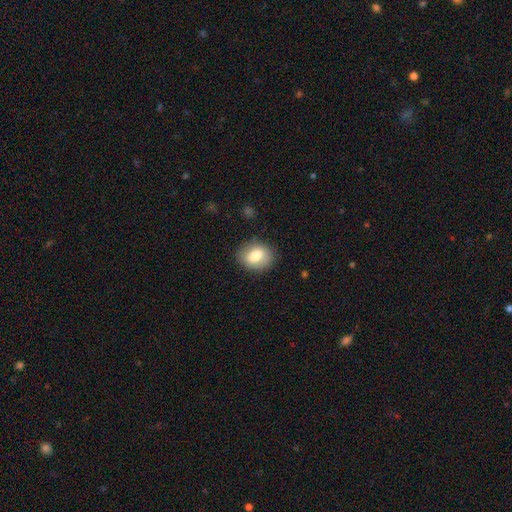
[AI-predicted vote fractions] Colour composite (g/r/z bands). It shows a smooth galaxy with no disk features (77%) that is in between round and cigar-shaped (59%). Merging: none (84%).